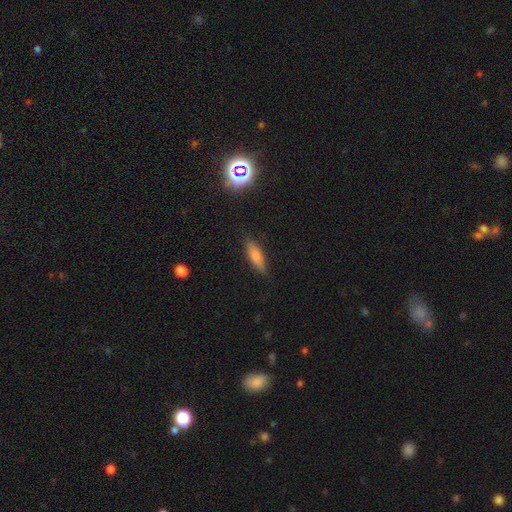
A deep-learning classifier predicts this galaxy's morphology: Smooth or featured?
  - smooth: 72% *
  - featured or disk: 19%
  - star or artifact: 8%
How rounded?
  - cigar-shaped: 51% *
  - in between: 47%
  - round: 2%
Merging?
  - none: 83% *
  - minor disturbance: 13%
  - major disturbance: 3%
  - merger: 1%